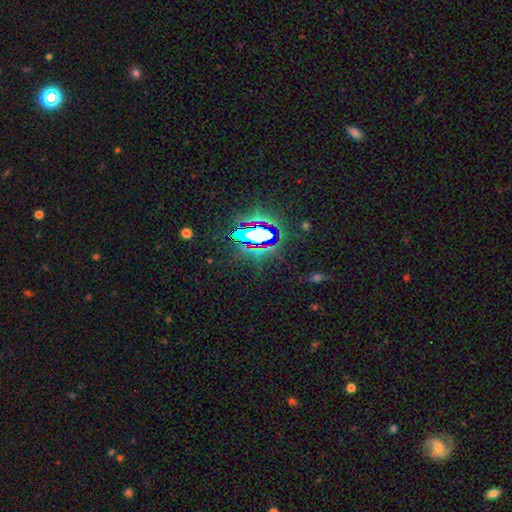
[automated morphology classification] Smooth or featured: star or artifact — 83% (smooth — 10%)